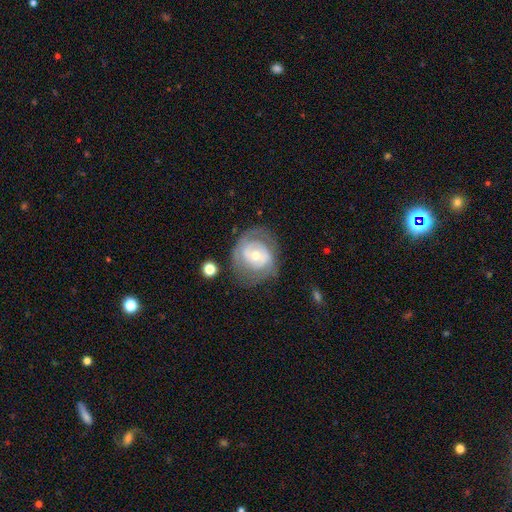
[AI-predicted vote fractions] This appears to be a featured or disk galaxy (75%) with no bar (60%), 2 (48%) tight (57%) spiral arms (83%) and a moderate central bulge (50%). Merging: none (68%).